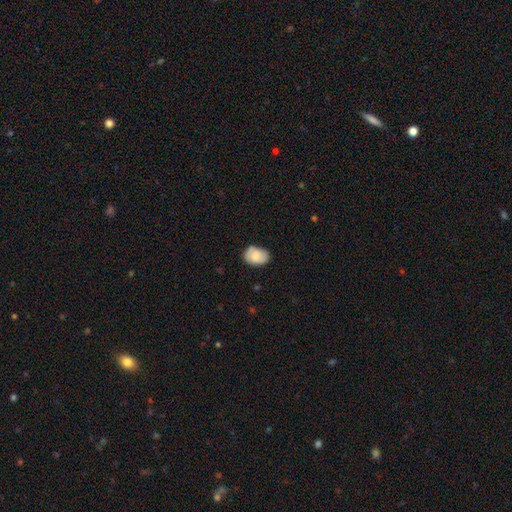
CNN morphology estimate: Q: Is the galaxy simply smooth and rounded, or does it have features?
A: smooth — 82%.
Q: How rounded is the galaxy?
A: in between — 79%.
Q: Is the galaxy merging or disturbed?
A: none — 76%.